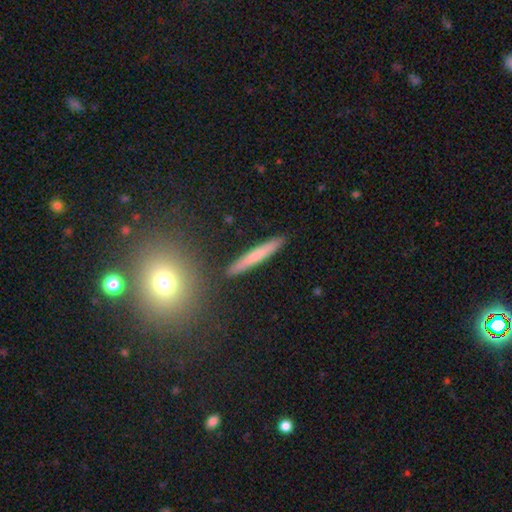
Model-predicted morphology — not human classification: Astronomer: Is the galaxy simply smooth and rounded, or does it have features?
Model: smooth — 66%.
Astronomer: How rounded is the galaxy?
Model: cigar-shaped — 95%.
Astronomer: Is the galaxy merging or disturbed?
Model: none — 89%.